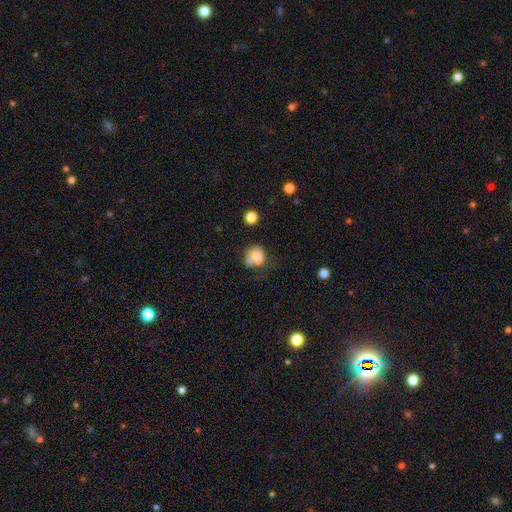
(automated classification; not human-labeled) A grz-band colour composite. It shows a smooth galaxy with no disk features (69%) that is round (61%). Merging: none (35%).